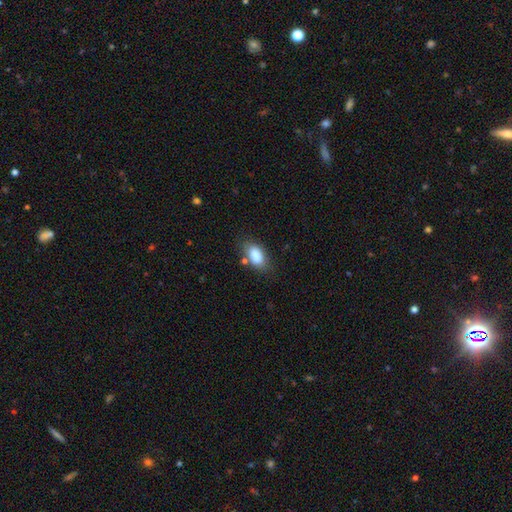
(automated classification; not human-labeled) Q: Smooth or featured?
A: smooth (85%); runner-up: star or artifact (8%)
Q: How rounded?
A: in between (90%); runner-up: round (7%)
Q: Merging?
A: none (66%); runner-up: minor disturbance (20%)